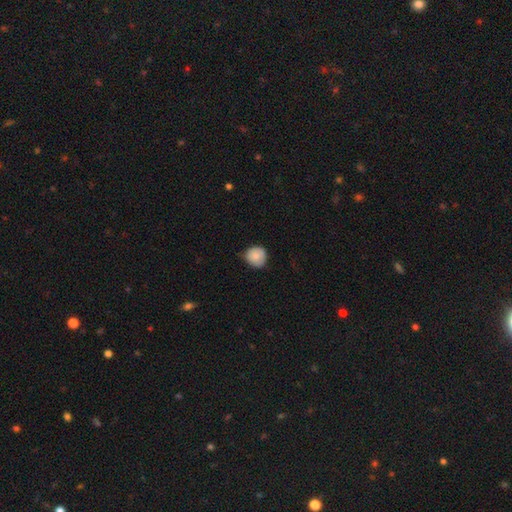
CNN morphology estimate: Smooth or featured? Predicted: smooth (p=0.82). How rounded? Predicted: round (p=0.88). Merging? Predicted: none (p=0.67).